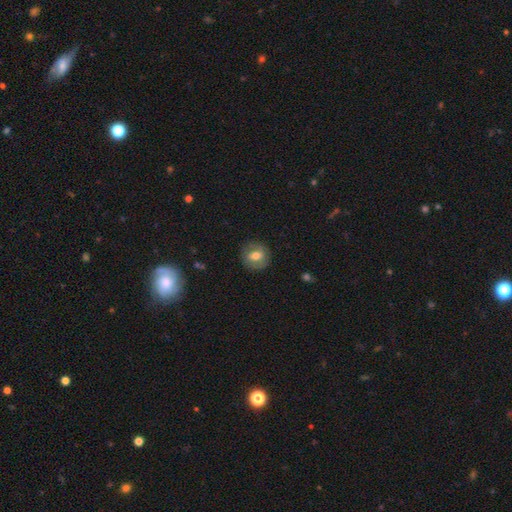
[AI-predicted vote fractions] Q: Smooth or featured?
A: smooth (58%); runner-up: featured or disk (34%)
Q: How rounded?
A: round (83%); runner-up: in between (16%)
Q: Merging?
A: none (86%); runner-up: minor disturbance (10%)